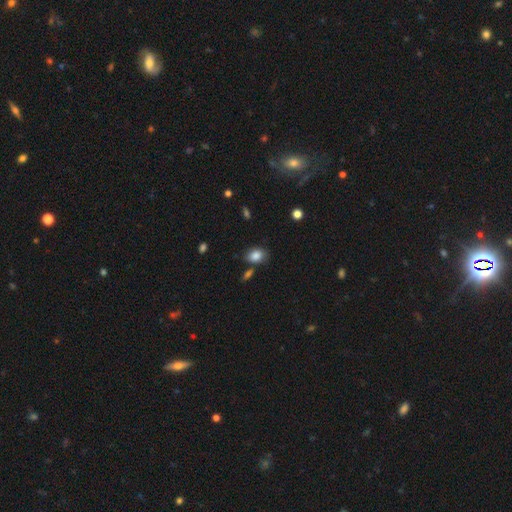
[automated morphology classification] Smooth or featured?
  - smooth: 84% *
  - star or artifact: 9%
  - featured or disk: 6%
How rounded?
  - in between: 68% *
  - round: 31%
  - cigar-shaped: 1%
Merging?
  - none: 71% *
  - minor disturbance: 17%
  - merger: 7%
  - major disturbance: 5%